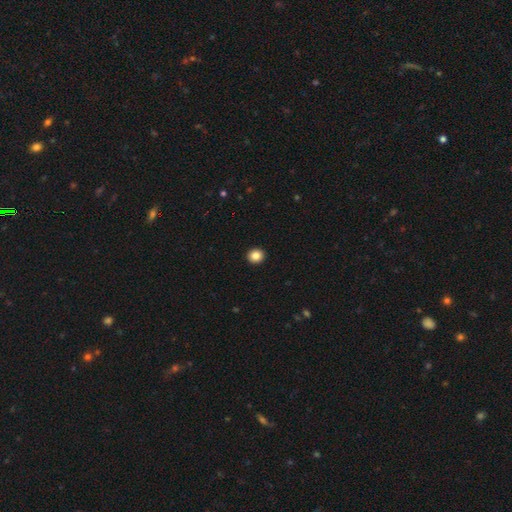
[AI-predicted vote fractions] Smooth or featured: smooth — 85% (star or artifact — 10%)
How rounded: round — 84% (in between — 16%)
Merging: none — 94% (minor disturbance — 4%)